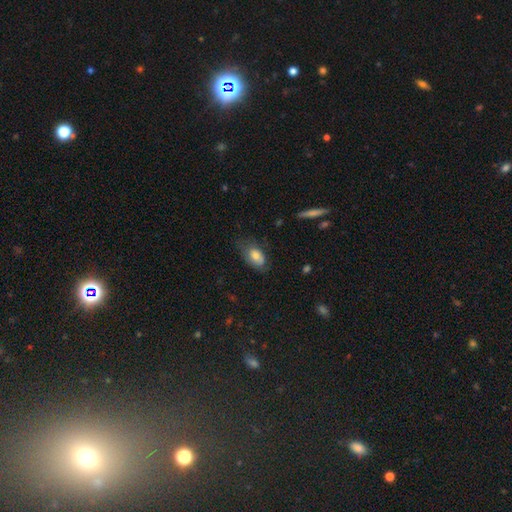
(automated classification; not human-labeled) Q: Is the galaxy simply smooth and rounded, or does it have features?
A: smooth — 73%.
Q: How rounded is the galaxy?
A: in between — 90%.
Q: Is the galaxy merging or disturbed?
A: none — 50%.